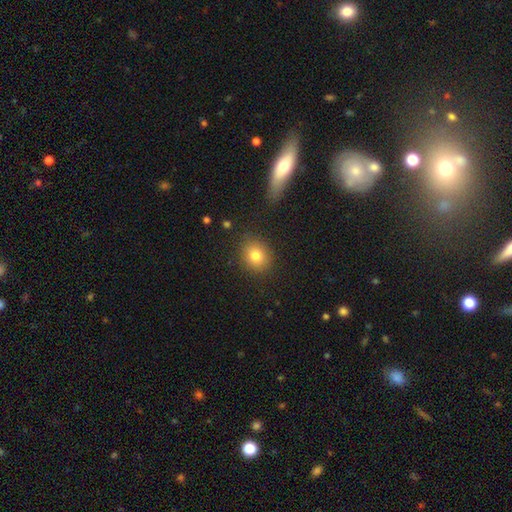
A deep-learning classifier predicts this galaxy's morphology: Smooth or featured: smooth — 81% (star or artifact — 11%)
How rounded: round — 69% (in between — 30%)
Merging: none — 86% (minor disturbance — 10%)